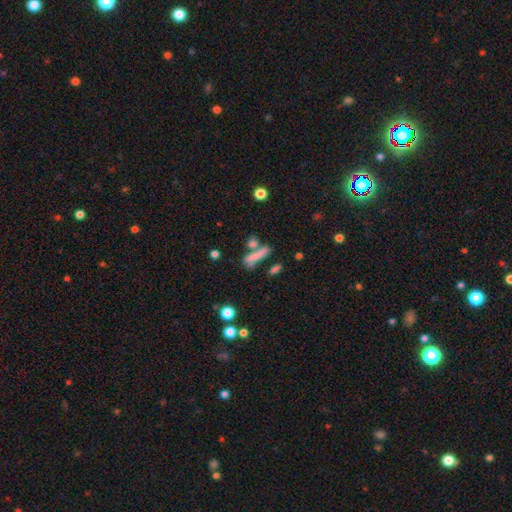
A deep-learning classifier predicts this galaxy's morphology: smooth_or_featured: smooth (p=0.69) [alt: featured or disk p=0.19]
how_rounded: cigar-shaped (p=0.65) [alt: in between p=0.29]
merging: none (p=0.41) [alt: merger p=0.35]